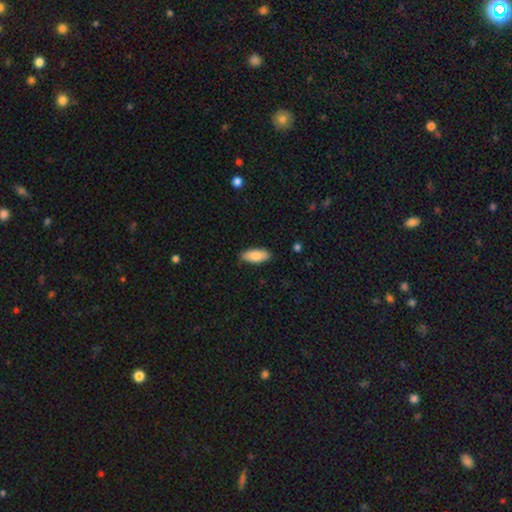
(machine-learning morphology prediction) Smooth or featured? smooth (85%)
How rounded? in between (84%)
Merging? none (84%)